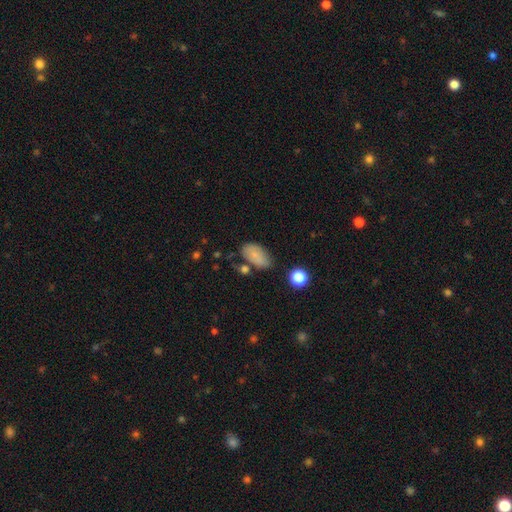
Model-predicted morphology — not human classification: Smooth or featured? smooth (80%)
How rounded? in between (93%)
Merging? none (62%)